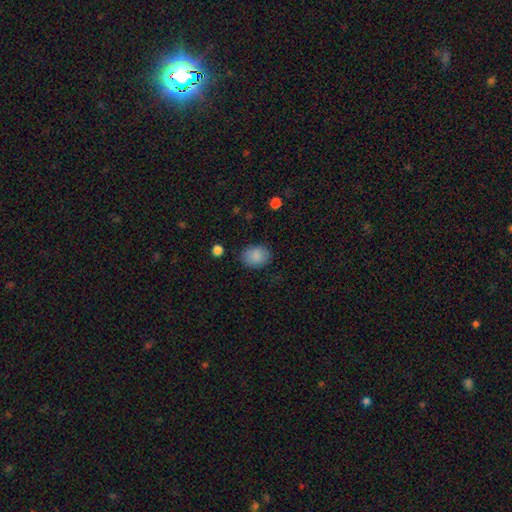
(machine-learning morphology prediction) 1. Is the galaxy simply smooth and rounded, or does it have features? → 87% smooth, 8% star or artifact, 5% featured or disk.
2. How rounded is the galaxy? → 58% in between, 41% round, 1% cigar-shaped.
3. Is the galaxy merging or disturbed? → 82% none, 12% minor disturbance, 4% major disturbance, 2% merger.